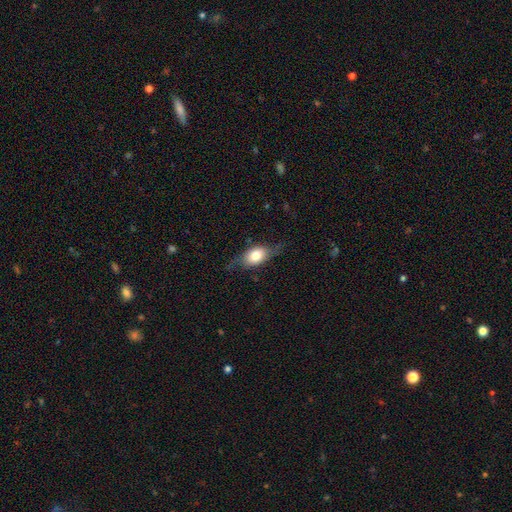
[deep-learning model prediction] Smooth or featured: smooth — 55% (featured or disk — 38%)
How rounded: in between — 75% (round — 18%)
Merging: none — 63% (minor disturbance — 24%)